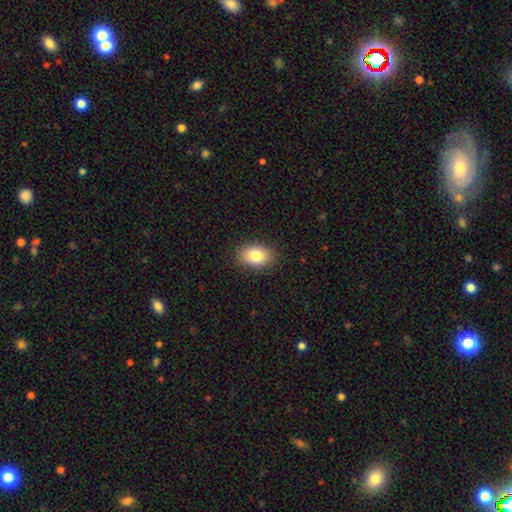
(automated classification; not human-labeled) This is clearly a smooth galaxy (82%). How rounded: clearly in between (83%). Merging: clearly none (88%).